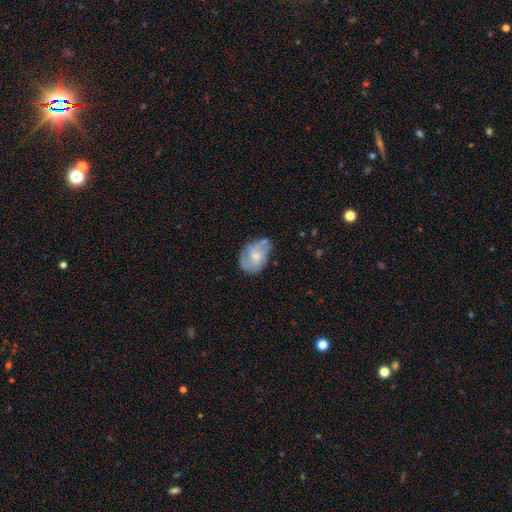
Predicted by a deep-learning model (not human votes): This is possibly a smooth galaxy (51%). How rounded: likely in between (70%). Merging: marginally none (44%).